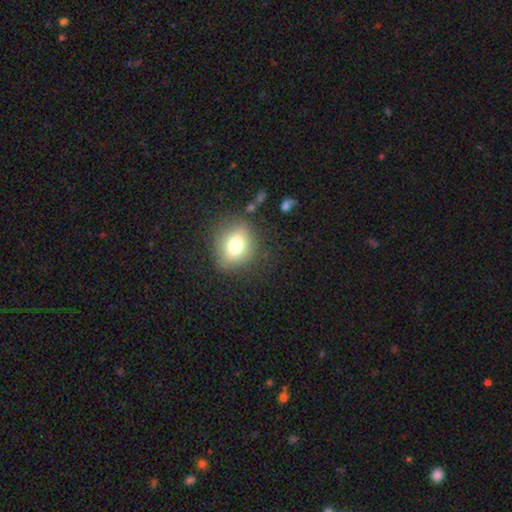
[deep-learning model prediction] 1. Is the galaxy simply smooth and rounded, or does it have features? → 69% smooth, 17% star or artifact, 15% featured or disk.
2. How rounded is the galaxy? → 64% round, 34% in between, 2% cigar-shaped.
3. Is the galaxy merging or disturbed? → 83% none, 11% minor disturbance, 3% major disturbance, 3% merger.